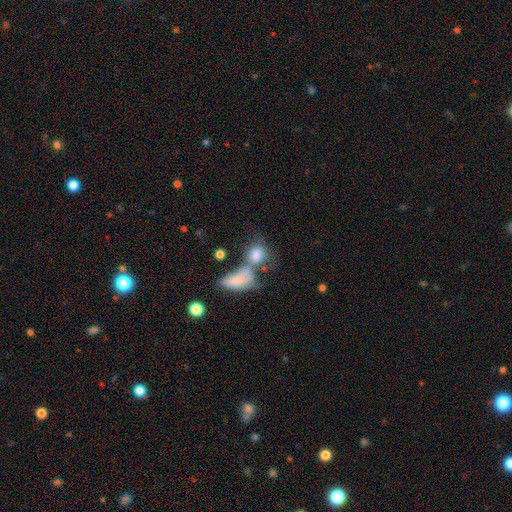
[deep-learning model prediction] Smooth or featured? smooth (70%)
How rounded? in between (54%)
Merging? merger (46%)